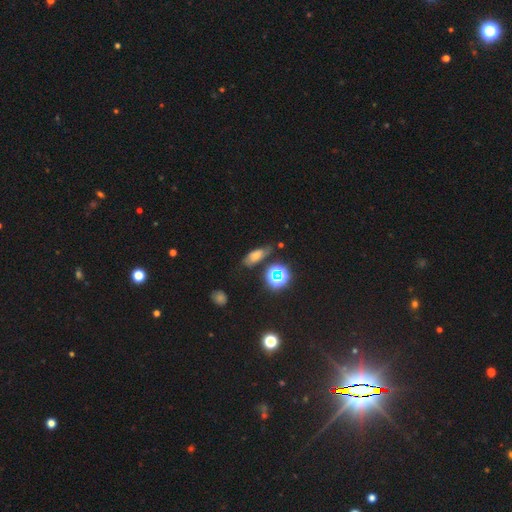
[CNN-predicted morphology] smooth_or_featured: smooth (p=0.49) [alt: star or artifact p=0.31]
merging: none (p=0.69) [alt: minor disturbance p=0.19]